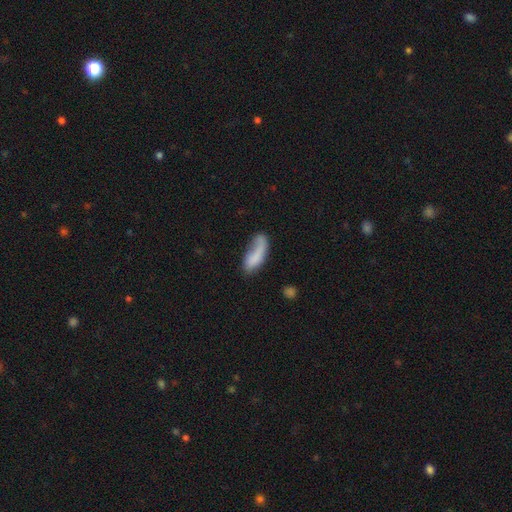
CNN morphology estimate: type=smooth (73%); roundness=in between (69%); merging=none (38%).